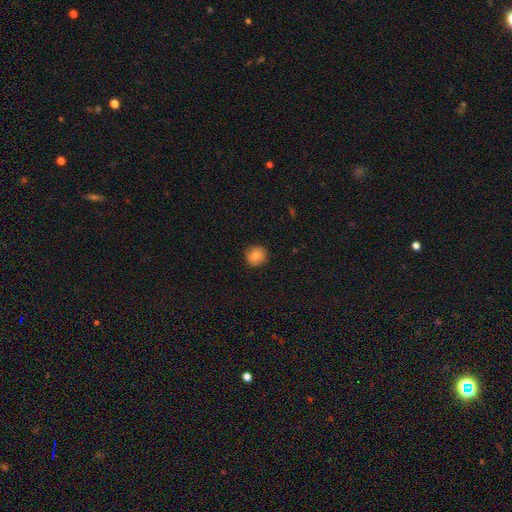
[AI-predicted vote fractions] Morphology: type=smooth (77%); roundness=round (92%); merging=none (88%).